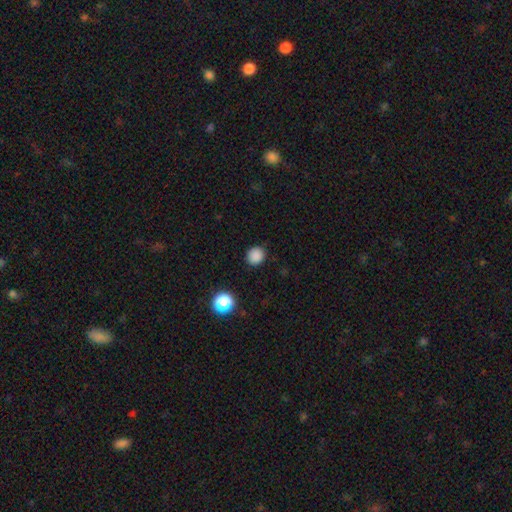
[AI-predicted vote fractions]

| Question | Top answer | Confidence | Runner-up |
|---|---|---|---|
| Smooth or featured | smooth | 86% | star or artifact (11%) |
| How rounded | round | 83% | in between (16%) |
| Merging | none | 88% | minor disturbance (8%) |